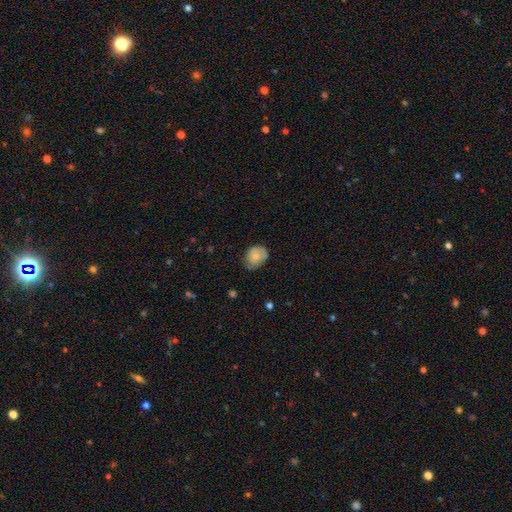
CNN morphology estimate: Smooth or featured: smooth — 75% (featured or disk — 17%)
How rounded: in between — 68% (round — 31%)
Merging: none — 58% (minor disturbance — 32%)